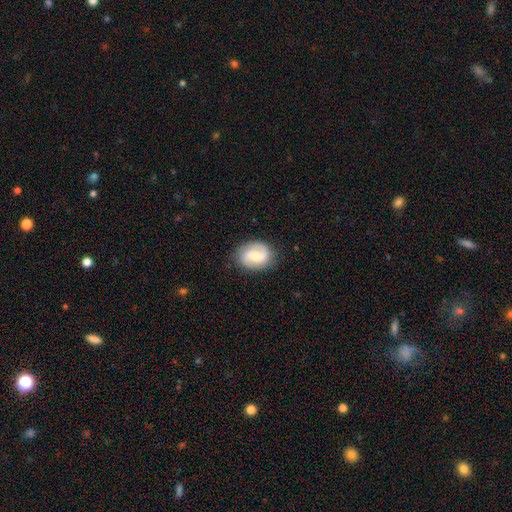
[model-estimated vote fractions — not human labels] This appears to be a featured or disk galaxy (68%) with a weak bar (53%), 2 (85%) medium (45%) spiral arms (92%) and a moderate central bulge (51%). Merging: none (81%).